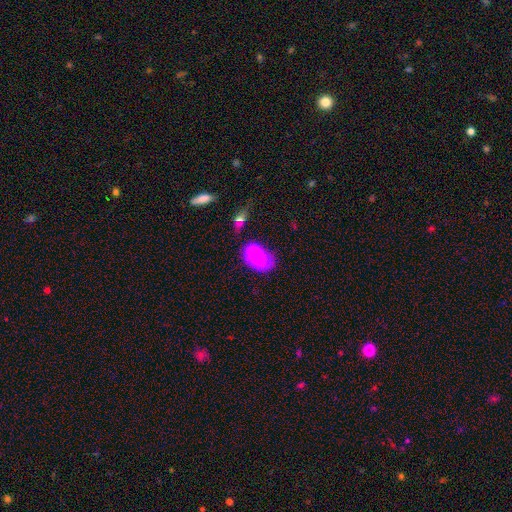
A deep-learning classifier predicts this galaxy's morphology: Q: Smooth or featured?
A: smooth (51%); runner-up: featured or disk (41%)
Q: How rounded?
A: in between (87%); runner-up: round (12%)
Q: Merging?
A: none (50%); runner-up: minor disturbance (29%)